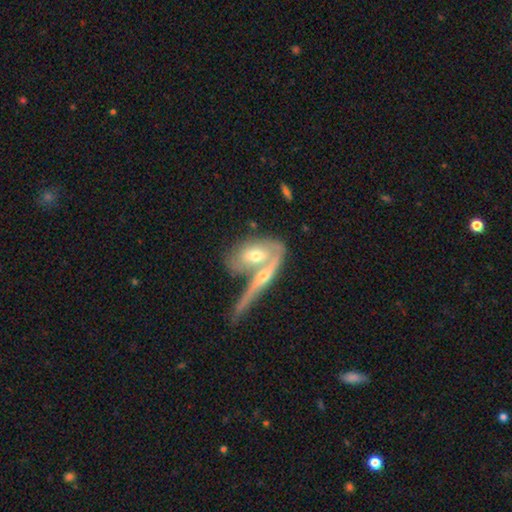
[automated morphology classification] Overall: featured or disk (53%; smooth 41%). Edge-on disk: no (57%; yes 43%). Merging: merger (52%; none 30%).